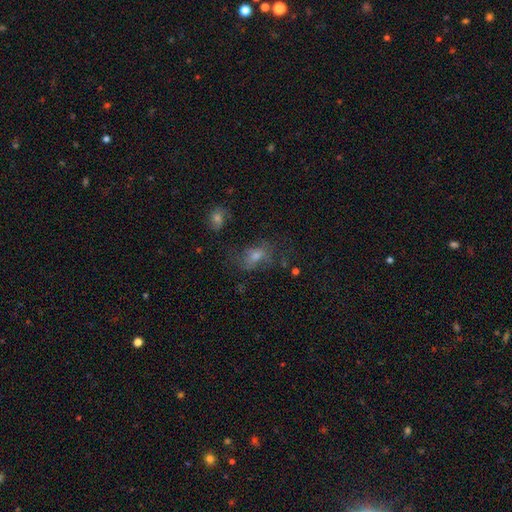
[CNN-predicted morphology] smooth_or_featured: smooth (p=0.45) [alt: featured or disk p=0.32]
merging: none (p=0.50) [alt: major disturbance p=0.24]